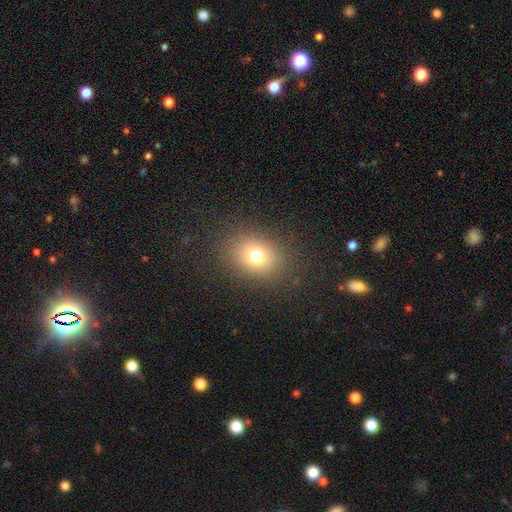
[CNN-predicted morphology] Smooth or featured?
  - smooth: 74% *
  - star or artifact: 15%
  - featured or disk: 11%
How rounded?
  - in between: 51% *
  - round: 48%
  - cigar-shaped: 1%
Merging?
  - none: 85% *
  - minor disturbance: 9%
  - major disturbance: 5%
  - merger: 1%